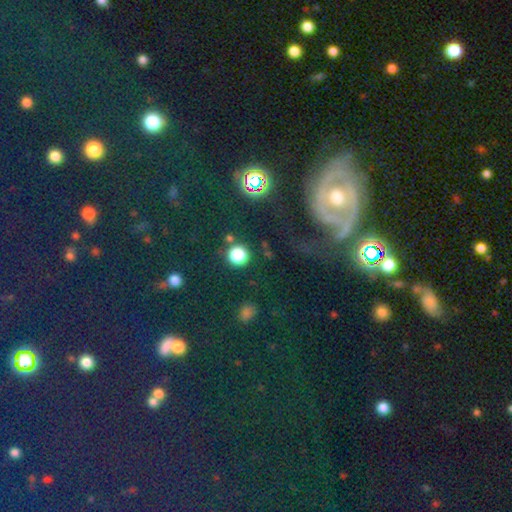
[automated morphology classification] The model was most divided on "smooth or featured": star or artifact: 41%, smooth: 36%, featured or disk: 23%.